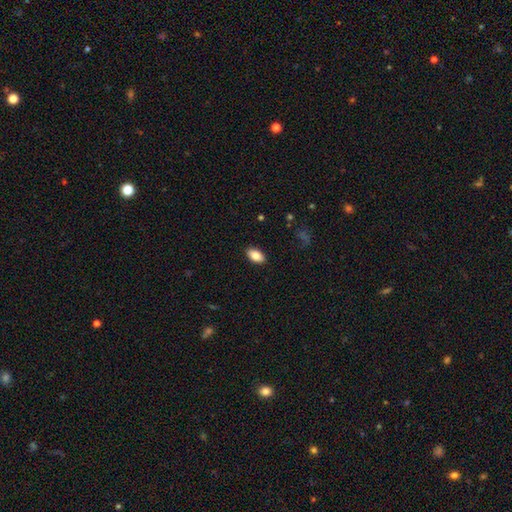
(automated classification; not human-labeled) Smooth or featured? Predicted: smooth (p=0.83). How rounded? Predicted: in between (p=0.92). Merging? Predicted: none (p=0.89).